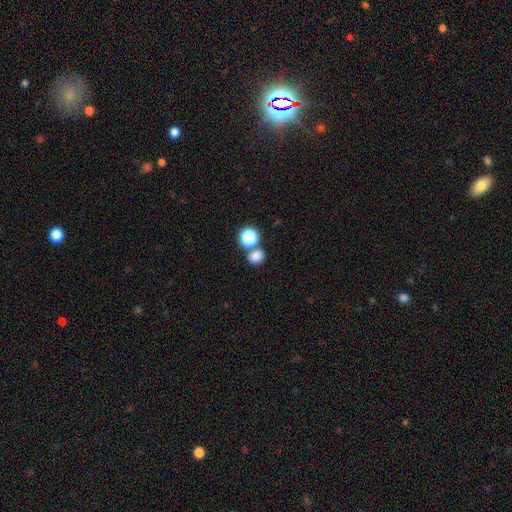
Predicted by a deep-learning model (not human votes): A smooth galaxy with no disk features (79%) that is round (78%). Merging: none (64%).